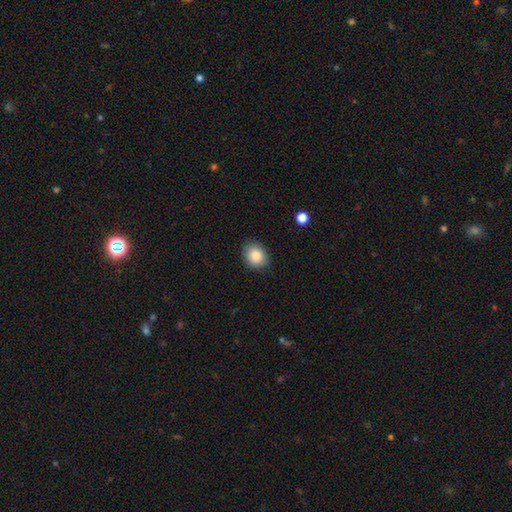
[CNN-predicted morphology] Q: Smooth or featured?
A: smooth (86%); runner-up: star or artifact (8%)
Q: How rounded?
A: in between (51%); runner-up: round (48%)
Q: Merging?
A: none (84%); runner-up: minor disturbance (13%)